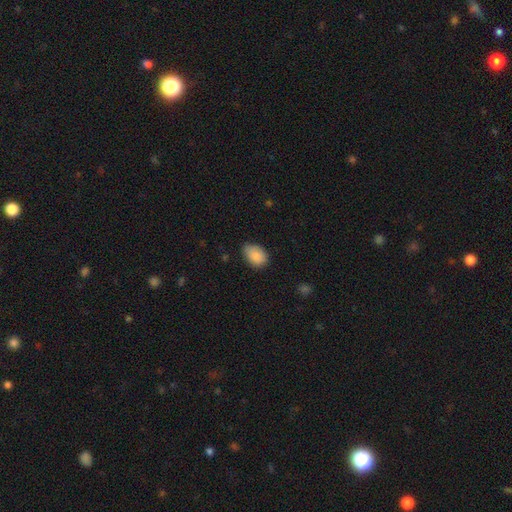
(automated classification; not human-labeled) Smooth or featured? Predicted: smooth (p=0.86). How rounded? Predicted: in between (p=0.81). Merging? Predicted: none (p=0.67).